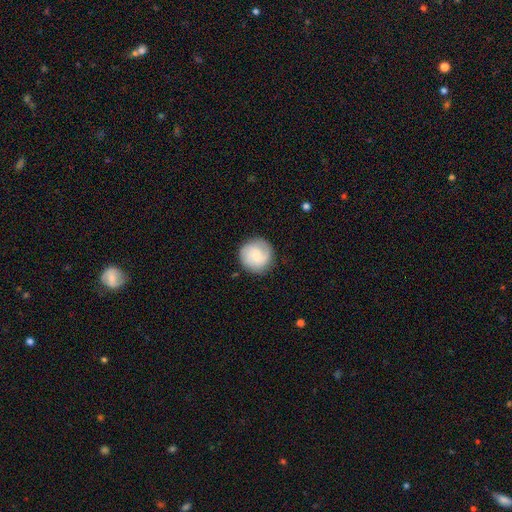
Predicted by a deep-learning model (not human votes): Smooth or featured? Predicted: smooth (p=0.60). How rounded? Predicted: round (p=0.93). Merging? Predicted: none (p=0.85).